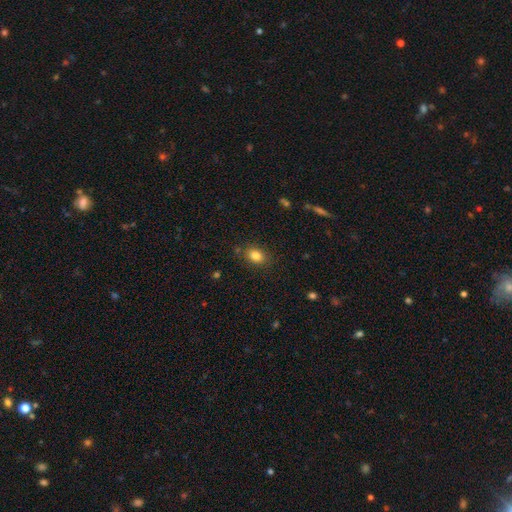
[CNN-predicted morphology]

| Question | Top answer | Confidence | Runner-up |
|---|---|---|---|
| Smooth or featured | smooth | 83% | star or artifact (10%) |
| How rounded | in between | 72% | round (27%) |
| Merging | none | 83% | minor disturbance (11%) |